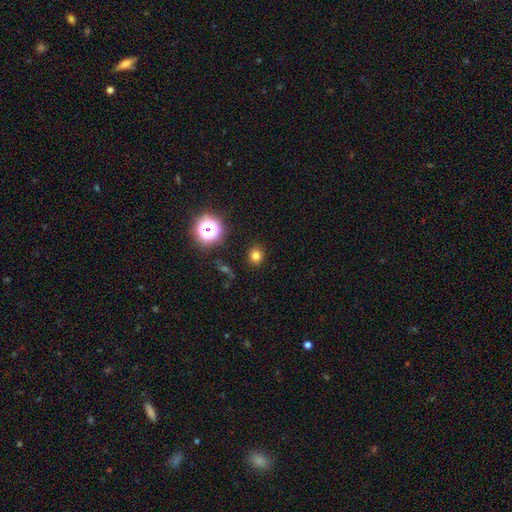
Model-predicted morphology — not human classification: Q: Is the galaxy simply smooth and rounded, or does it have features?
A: smooth — 76%.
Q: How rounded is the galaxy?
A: round — 85%.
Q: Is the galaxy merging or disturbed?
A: none — 90%.